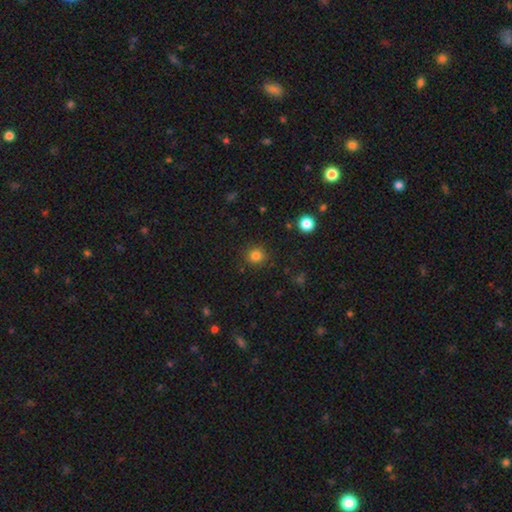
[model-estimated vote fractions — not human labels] Smooth or featured? Predicted: smooth (p=0.82). How rounded? Predicted: round (p=0.90). Merging? Predicted: none (p=0.89).